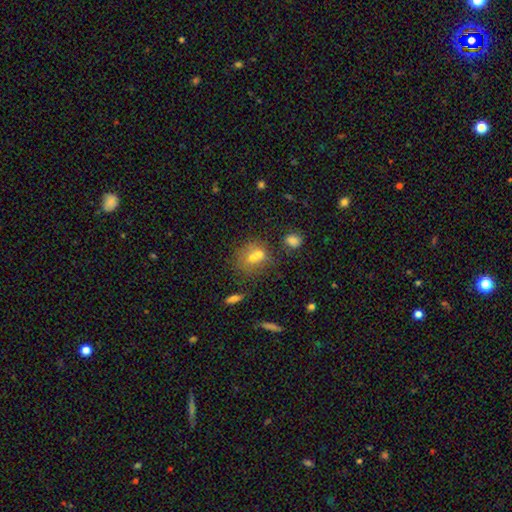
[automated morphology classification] This appears to be a smooth galaxy with no disk features (60%) that is round (66%). Merging: merger (45%).